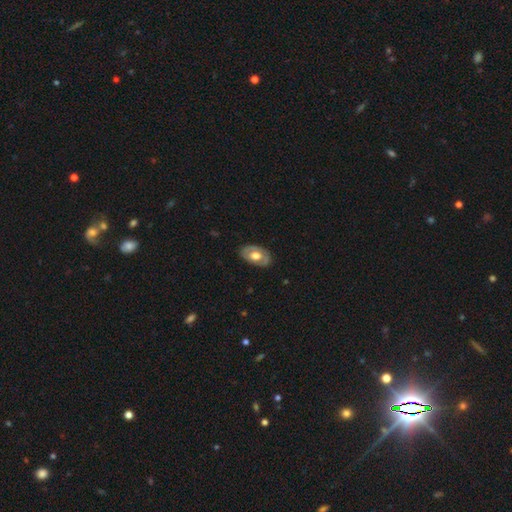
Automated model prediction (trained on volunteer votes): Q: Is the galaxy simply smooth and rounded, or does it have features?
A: featured or disk — 49%.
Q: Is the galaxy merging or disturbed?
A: none — 79%.